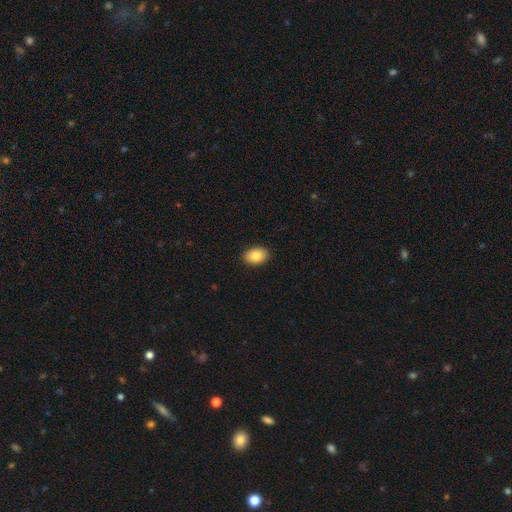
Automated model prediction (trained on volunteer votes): Smooth or featured? Predicted: smooth (p=0.85). How rounded? Predicted: in between (p=0.81). Merging? Predicted: none (p=0.90).